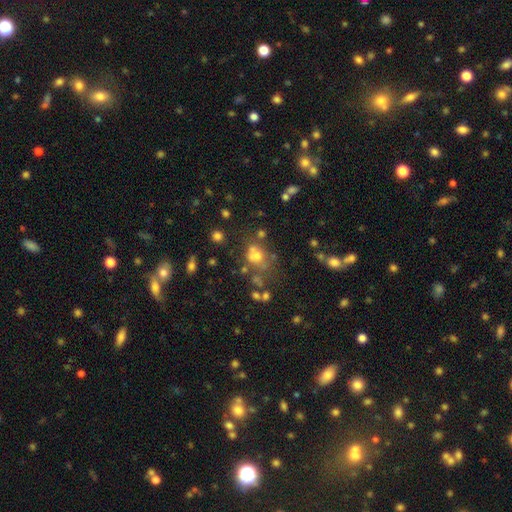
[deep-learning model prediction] smooth_or_featured: smooth (p=0.55) [alt: star or artifact p=0.25]
how_rounded: round (p=0.67) [alt: in between p=0.32]
merging: none (p=0.46) [alt: merger p=0.30]